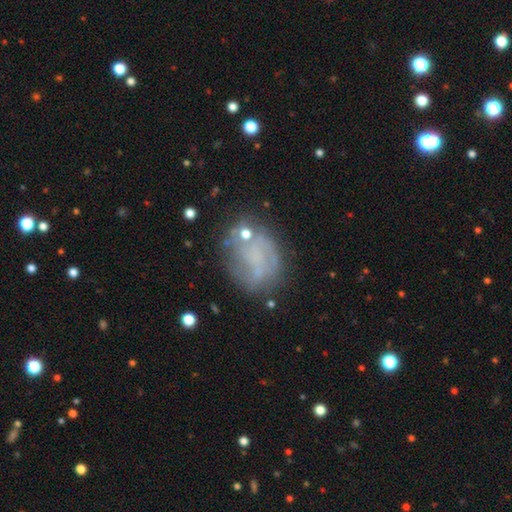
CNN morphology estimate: type=featured or disk (46%); merging=none (55%).